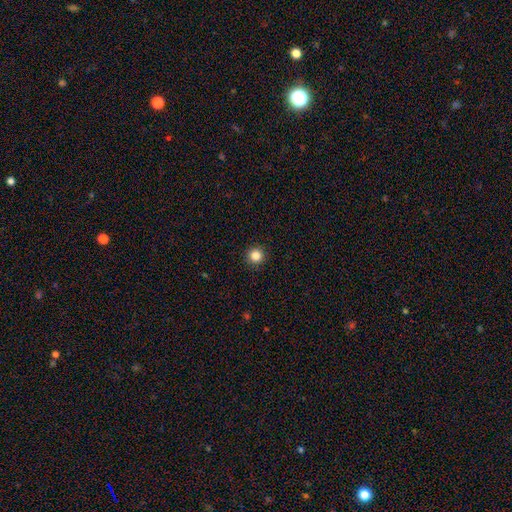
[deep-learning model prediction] smooth 85%, star or artifact 11%, featured or disk 4%. Down the decision tree: how rounded — round (95%); merging — none (93%).